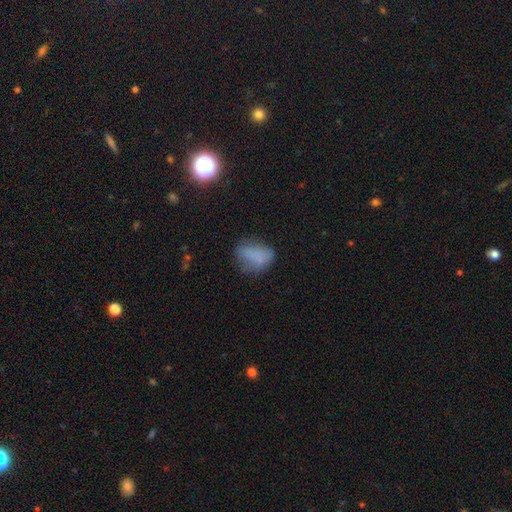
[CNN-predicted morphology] smooth_or_featured: smooth (p=0.72) [alt: featured or disk p=0.14]
how_rounded: in between (p=0.78) [alt: round p=0.19]
merging: none (p=0.52) [alt: minor disturbance p=0.29]